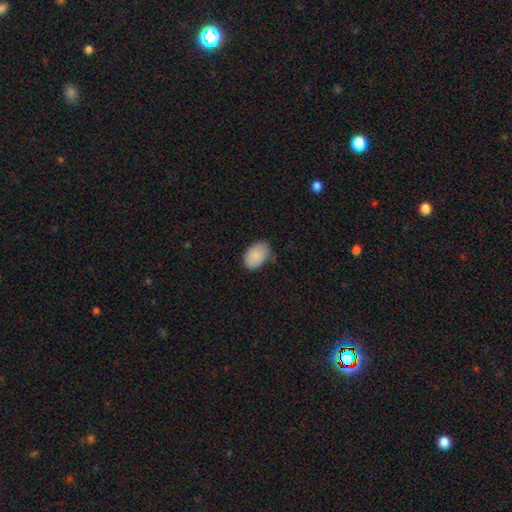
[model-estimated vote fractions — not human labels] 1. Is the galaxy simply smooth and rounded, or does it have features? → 86% smooth, 7% featured or disk, 7% star or artifact.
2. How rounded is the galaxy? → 88% in between, 11% round, 1% cigar-shaped.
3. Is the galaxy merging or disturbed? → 65% none, 29% minor disturbance, 5% major disturbance, 2% merger.